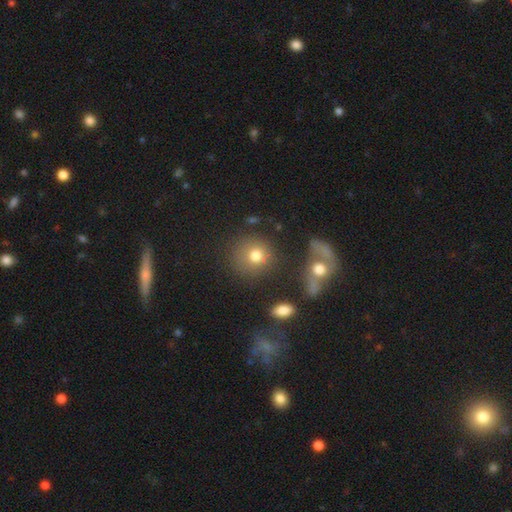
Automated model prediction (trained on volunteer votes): The model was most divided on "merging": none: 72%, minor disturbance: 12%, merger: 9%, major disturbance: 7%. More confident: how rounded — round (86%); smooth or featured — smooth (76%).